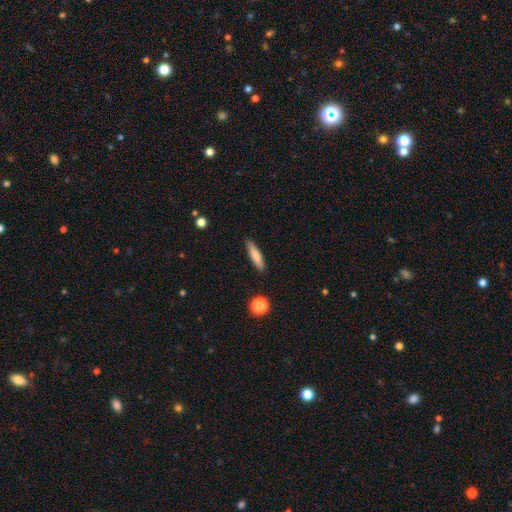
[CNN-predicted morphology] This is likely a smooth galaxy (78%). How rounded: clearly cigar-shaped (82%). Merging: clearly none (88%).